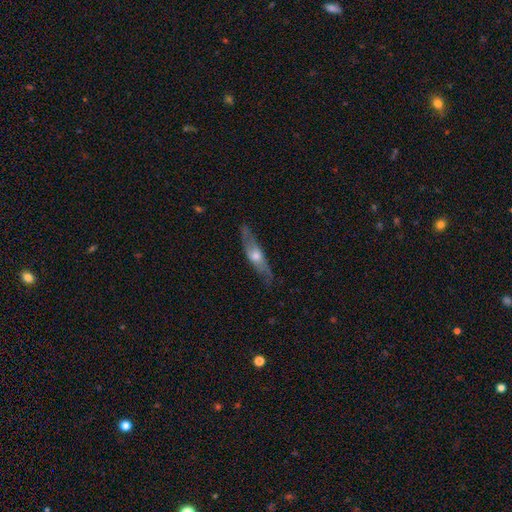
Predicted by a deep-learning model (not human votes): Q: Smooth or featured?
A: featured or disk (59%); runner-up: smooth (35%)
Q: Edge-on disk?
A: yes (69%); runner-up: no (31%)
Q: Merging?
A: none (77%); runner-up: minor disturbance (18%)